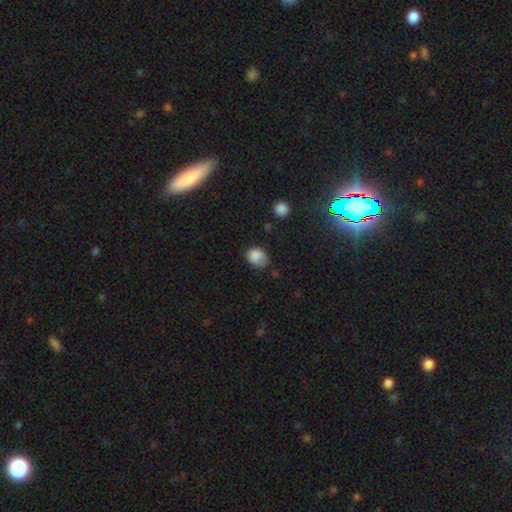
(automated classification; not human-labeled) smooth-or-featured: smooth: 84% | star or artifact: 9% | featured or disk: 7%
  how-rounded: in between: 53% | round: 46% | cigar-shaped: 1%
  merging: none: 53% | minor disturbance: 34% | major disturbance: 10% | merger: 3%